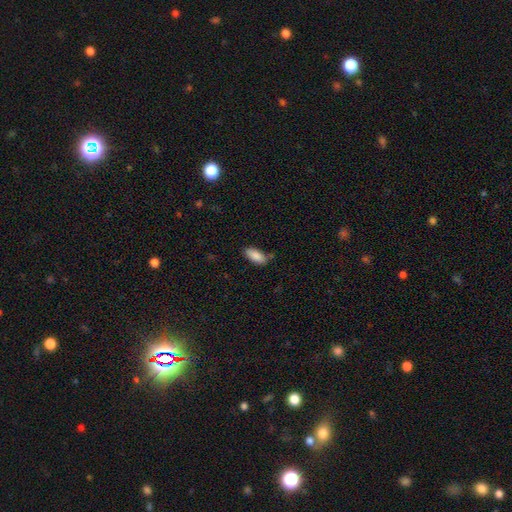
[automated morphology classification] smooth 88%, star or artifact 7%, featured or disk 5%. Down the decision tree: how rounded — in between (88%); merging — none (71%).